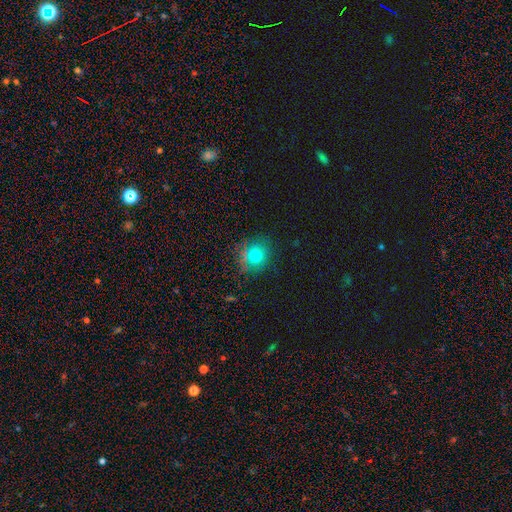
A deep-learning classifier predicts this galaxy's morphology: Q: Smooth or featured?
A: smooth (74%); runner-up: star or artifact (18%)
Q: How rounded?
A: round (82%); runner-up: in between (17%)
Q: Merging?
A: none (81%); runner-up: minor disturbance (12%)